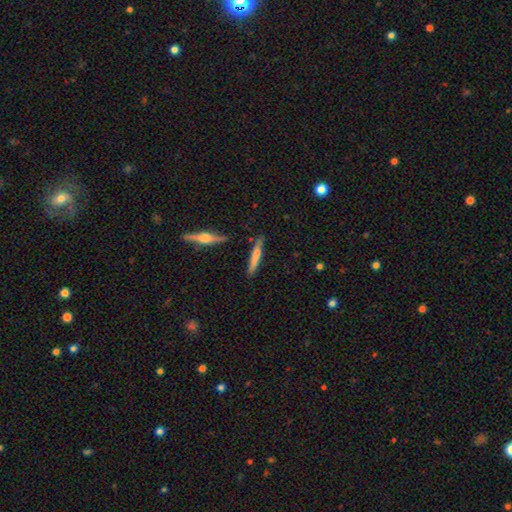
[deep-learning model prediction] smooth_or_featured: smooth (p=0.59) [alt: featured or disk p=0.35]
how_rounded: cigar-shaped (p=0.91) [alt: in between p=0.07]
merging: none (p=0.81) [alt: minor disturbance p=0.12]